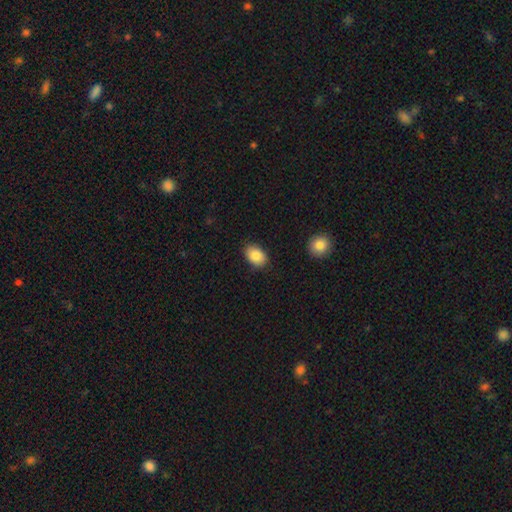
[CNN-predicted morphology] smooth-or-featured: smooth: 86% | star or artifact: 7% | featured or disk: 7%
  how-rounded: in between: 83% | round: 15% | cigar-shaped: 1%
  merging: none: 86% | minor disturbance: 11% | major disturbance: 2% | merger: 1%